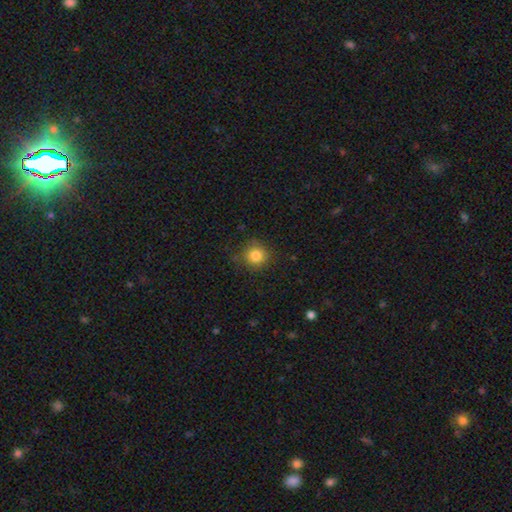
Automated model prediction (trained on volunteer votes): smooth 83%, star or artifact 11%, featured or disk 5%. Down the decision tree: how rounded — round (91%); merging — none (83%).